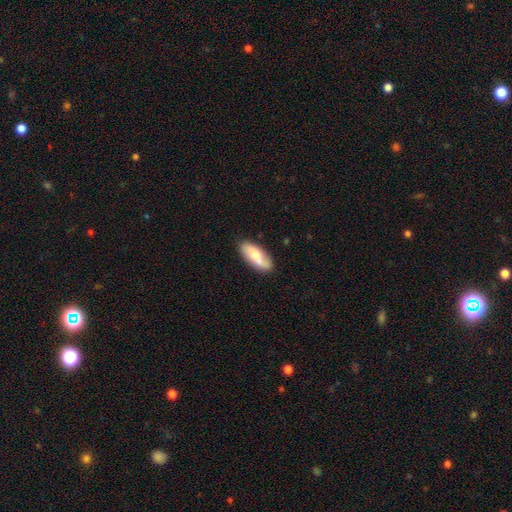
smooth_or_featured: smooth (p=0.62) [alt: featured or disk p=0.33]
how_rounded: in between (p=0.68) [alt: cigar-shaped p=0.32]
merging: none (p=0.68) [alt: minor disturbance p=0.16]